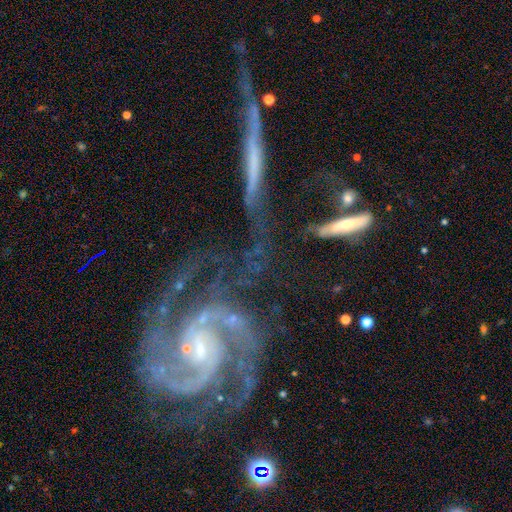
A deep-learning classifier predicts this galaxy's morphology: A featured or disk galaxy (84%) with no bar (45%), 2 (75%) medium (45%) spiral arms (93%) and a small central bulge (60%).

Vote fractions:
- Smooth or featured? featured or disk: 84% / smooth: 8% / star or artifact: 8%
- Edge-on disk? no: 82% / yes: 18%
- Bar? no: 45% / weak: 33% / strong: 22%
- Spiral arms? yes: 93% / no: 7%
- Spiral winding? medium: 45% / tight: 38% / loose: 17%
- Spiral arm count? 2: 75% / can't tell: 9% / 3: 7% / 1: 3% / 4: 3% / more than 4: 3%
- Bulge size? small: 60% / moderate: 22% / none: 13% / large: 4% / dominant: 2%
- Merging? none: 44% / minor disturbance: 20% / merger: 19% / major disturbance: 17%